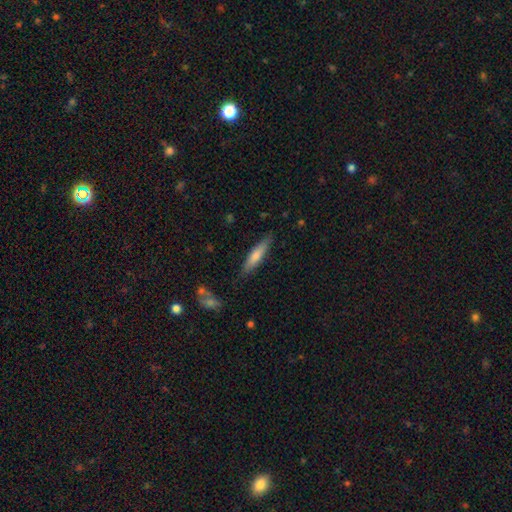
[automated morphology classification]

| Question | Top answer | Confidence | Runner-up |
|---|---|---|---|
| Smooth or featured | smooth | 66% | featured or disk (28%) |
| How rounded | cigar-shaped | 82% | in between (16%) |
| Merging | none | 84% | minor disturbance (12%) |